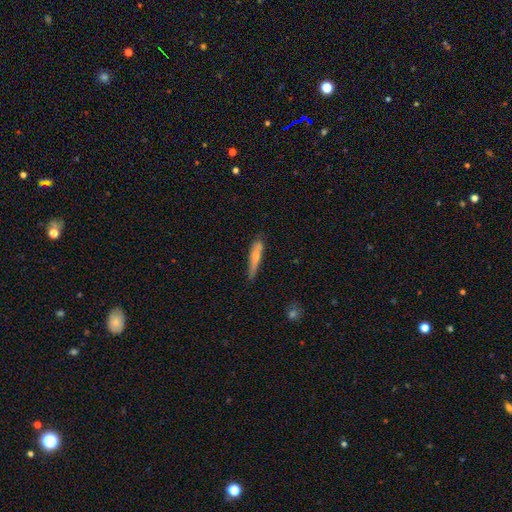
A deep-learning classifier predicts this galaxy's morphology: This appears to be a smooth galaxy with no disk features (47%). Merging: none (67%).